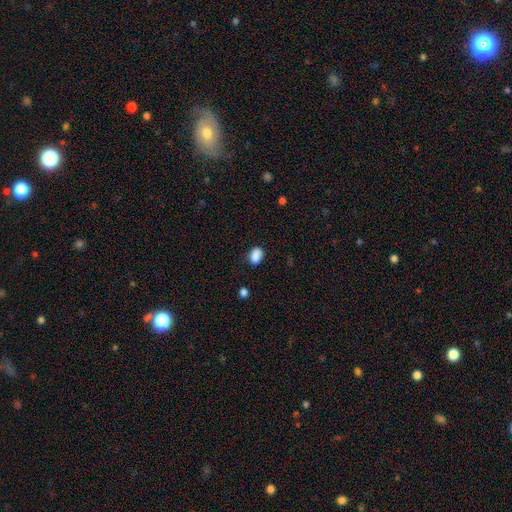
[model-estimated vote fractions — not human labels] Smooth or featured? smooth (88%)
How rounded? in between (78%)
Merging? none (78%)